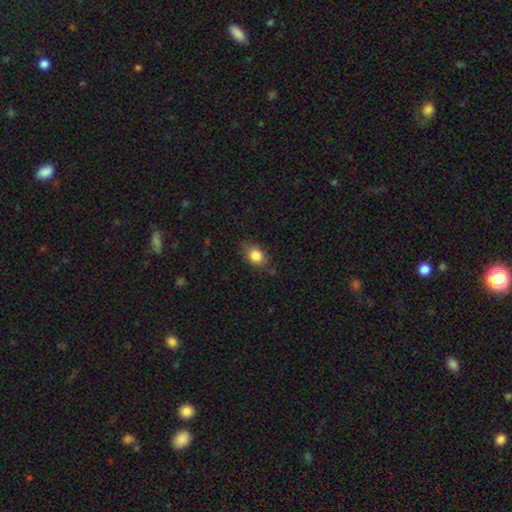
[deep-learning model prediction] Smooth or featured? Predicted: smooth (p=0.84). How rounded? Predicted: in between (p=0.62). Merging? Predicted: none (p=0.68).